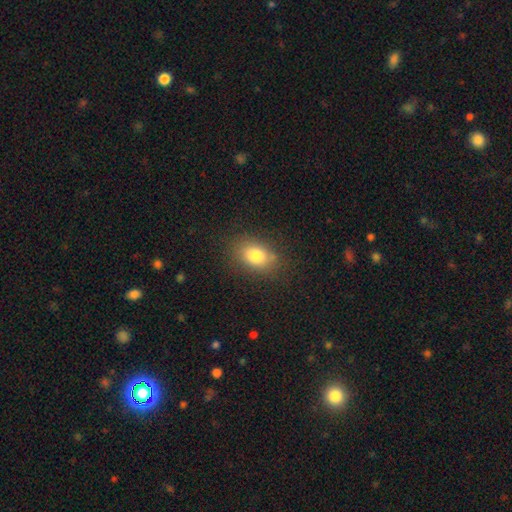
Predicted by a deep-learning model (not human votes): Q: Smooth or featured?
A: smooth (81%); runner-up: featured or disk (10%)
Q: How rounded?
A: in between (80%); runner-up: round (18%)
Q: Merging?
A: none (81%); runner-up: minor disturbance (13%)